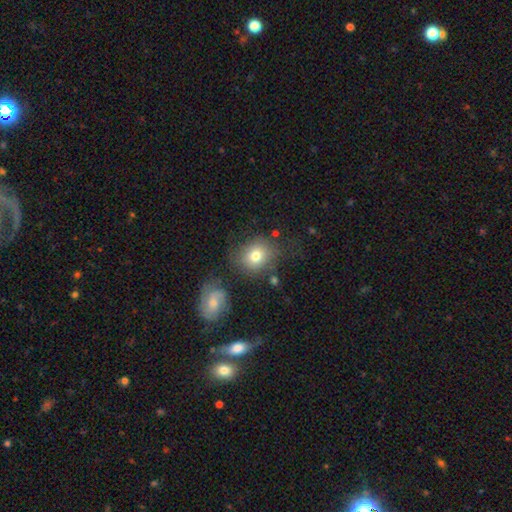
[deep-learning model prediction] Overall: smooth (76%). How rounded: round (69%; in between 30%). Merging: none (71%).